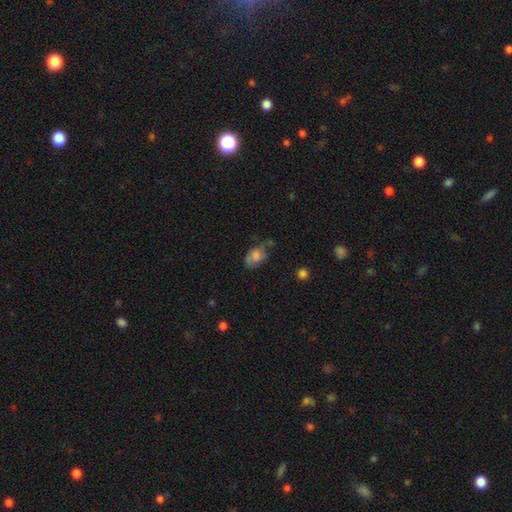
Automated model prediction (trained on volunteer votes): A smooth galaxy with no disk features (63%) that is in between round and cigar-shaped (84%). Merging: none (47%).